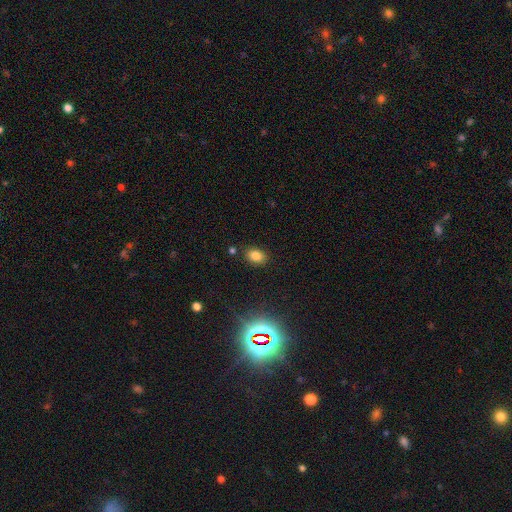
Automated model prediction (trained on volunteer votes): Morphology: type=smooth (78%); roundness=in between (74%); merging=none (84%).